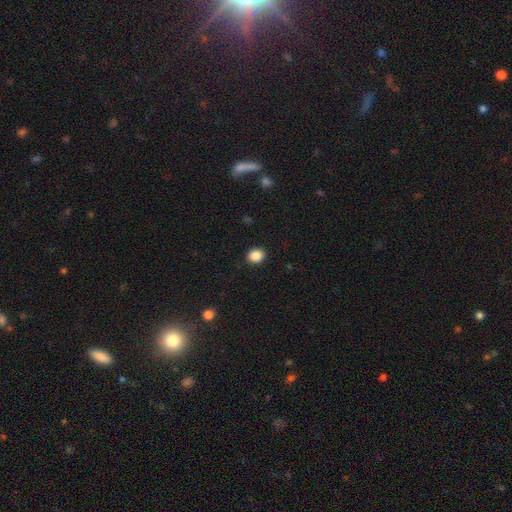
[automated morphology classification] smooth 88%, star or artifact 9%, featured or disk 3%. Down the decision tree: how rounded — round (63%); merging — none (90%).